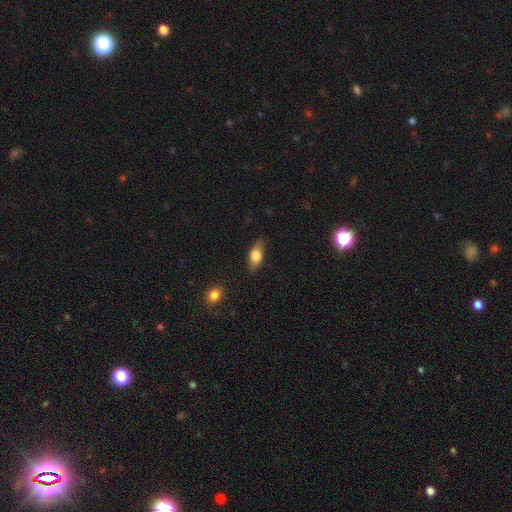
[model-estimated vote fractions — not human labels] Smooth or featured?
  - smooth: 71% *
  - featured or disk: 22%
  - star or artifact: 7%
How rounded?
  - in between: 81% *
  - cigar-shaped: 14%
  - round: 6%
Merging?
  - none: 82% *
  - minor disturbance: 14%
  - major disturbance: 3%
  - merger: 1%